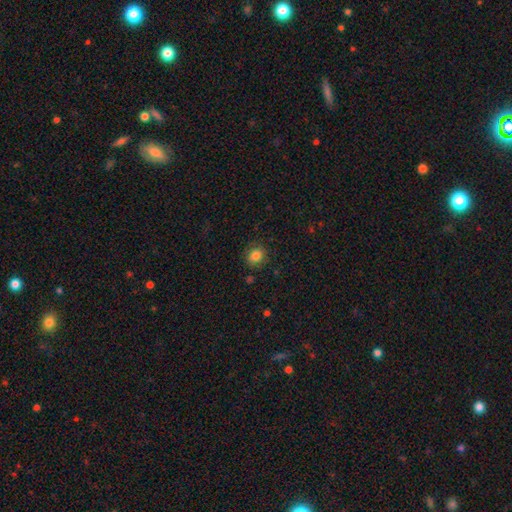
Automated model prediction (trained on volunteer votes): Overall: smooth (82%). How rounded: round (77%). Merging: none (85%).